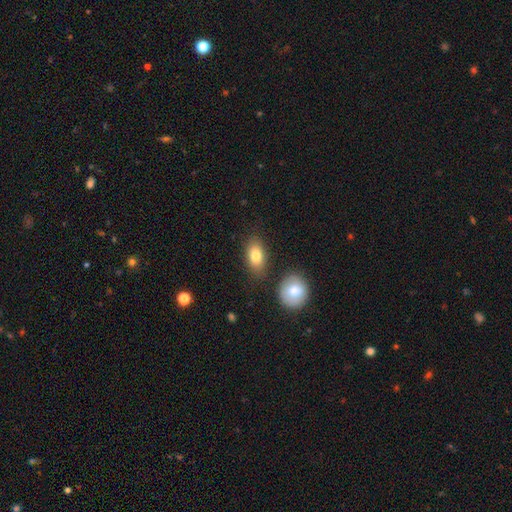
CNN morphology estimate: Q: Smooth or featured?
A: smooth (81%); runner-up: featured or disk (11%)
Q: How rounded?
A: in between (86%); runner-up: round (11%)
Q: Merging?
A: none (76%); runner-up: minor disturbance (12%)